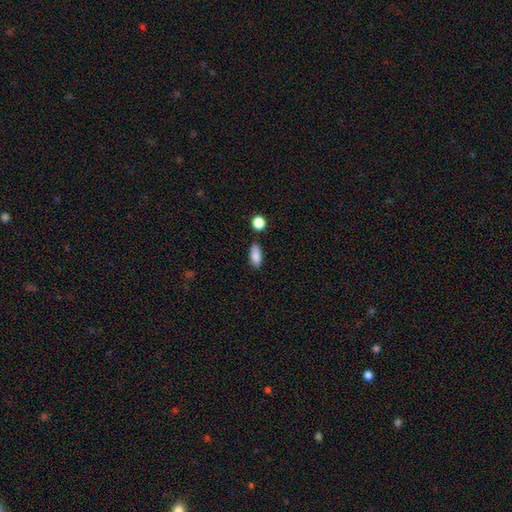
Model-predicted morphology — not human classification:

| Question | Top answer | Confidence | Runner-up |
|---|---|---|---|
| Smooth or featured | smooth | 87% | star or artifact (8%) |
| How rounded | in between | 84% | cigar-shaped (12%) |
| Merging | none | 76% | minor disturbance (16%) |